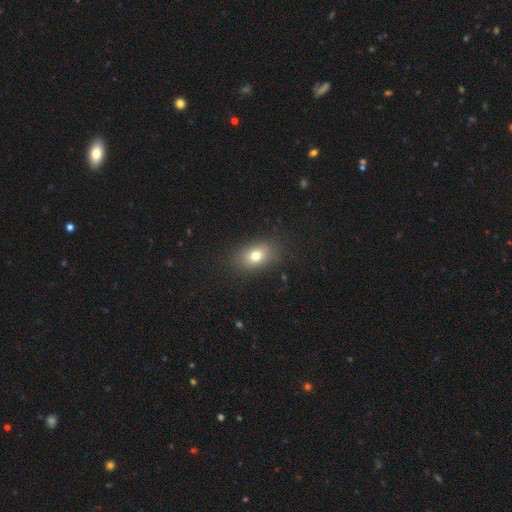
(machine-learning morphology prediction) smooth 75%, featured or disk 13%, star or artifact 12%. Down the decision tree: how rounded — in between (77%); merging — none (84%).